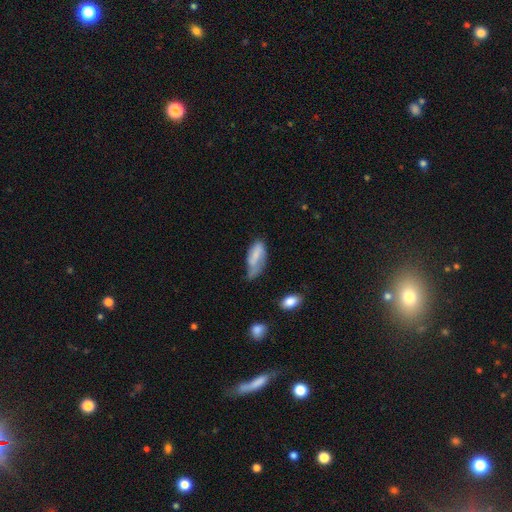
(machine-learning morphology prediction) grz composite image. It shows a smooth galaxy with no disk features (68%) that is in between round and cigar-shaped (84%). Merging: minor disturbance (42%).